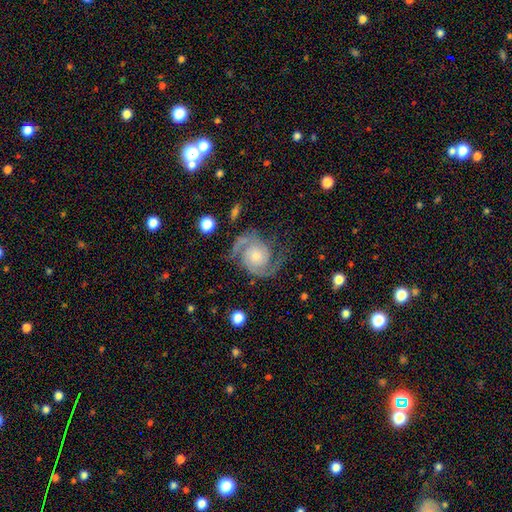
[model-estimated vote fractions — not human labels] smooth-or-featured: featured or disk: 92% | star or artifact: 4% | smooth: 4%
  disk-edge-on: no: 98% | yes: 2%
    bar: no: 76% | weak: 19% | strong: 5%
    has-spiral-arms: yes: 98% | no: 2%
      spiral-winding: medium: 51% | tight: 36% | loose: 13%
      spiral-arm-count: 2: 93% | 3: 2% | can't tell: 2% | 1: 1% | 4: 1% | more than 4: 1%
    bulge-size: small: 51% | moderate: 40% | large: 5% | none: 3% | dominant: 1%
  merging: none: 74% | minor disturbance: 16% | major disturbance: 8% | merger: 2%